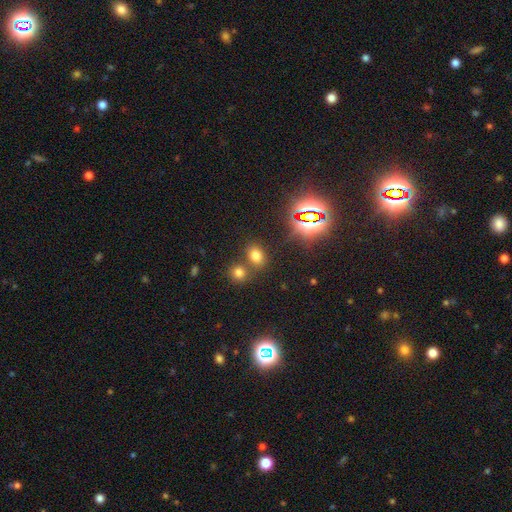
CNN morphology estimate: This appears to be a smooth galaxy with no disk features (68%) that is in between round and cigar-shaped (58%). Merging: none (65%).